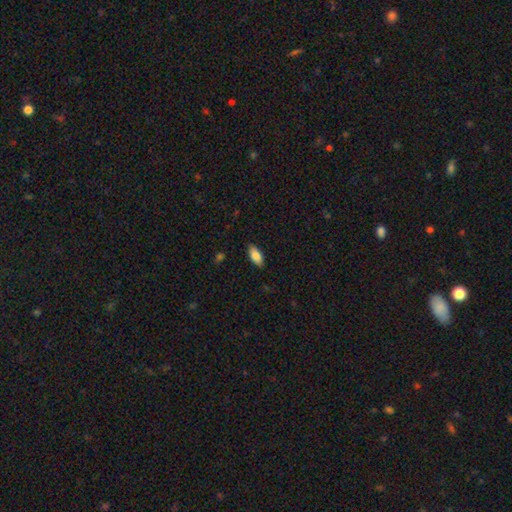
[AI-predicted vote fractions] Smooth or featured?
  - smooth: 82% *
  - featured or disk: 11%
  - star or artifact: 7%
How rounded?
  - in between: 88% *
  - cigar-shaped: 9%
  - round: 2%
Merging?
  - none: 87% *
  - minor disturbance: 10%
  - major disturbance: 2%
  - merger: 1%